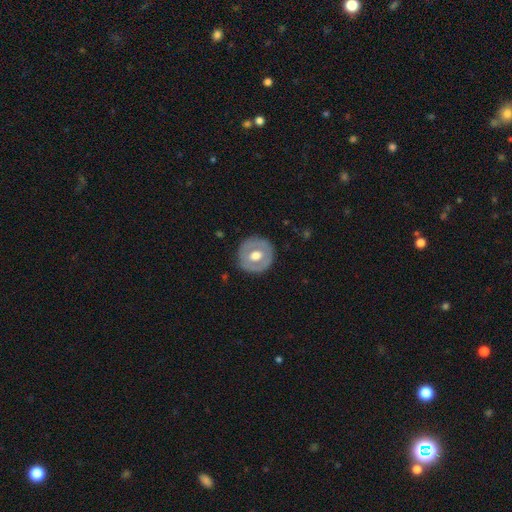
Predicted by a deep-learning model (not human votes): featured or disk 48%, smooth 46%, star or artifact 6%. Down the decision tree: merging — none (86%).